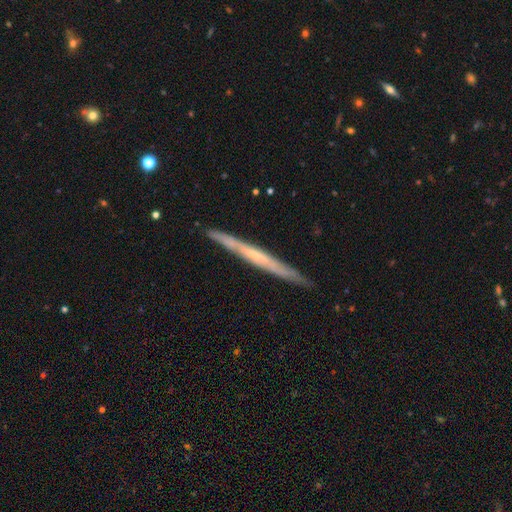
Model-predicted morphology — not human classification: Smooth or featured?
  - featured or disk: 62% *
  - smooth: 32%
  - star or artifact: 6%
Edge-on disk?
  - yes: 95% *
  - no: 5%
Edge-on bulge?
  - none: 77% *
  - rounded: 17%
  - boxy: 6%
Merging?
  - none: 89% *
  - minor disturbance: 9%
  - major disturbance: 1%
  - merger: 1%